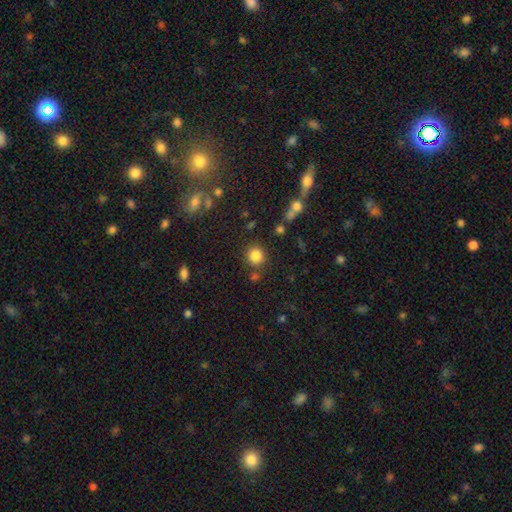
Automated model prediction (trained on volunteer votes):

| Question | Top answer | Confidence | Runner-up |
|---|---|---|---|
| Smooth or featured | smooth | 83% | star or artifact (12%) |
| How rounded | round | 91% | in between (8%) |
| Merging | none | 81% | minor disturbance (8%) |